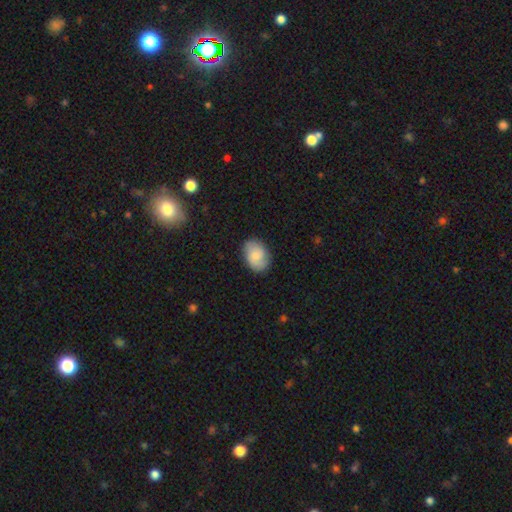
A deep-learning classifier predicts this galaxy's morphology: This is likely a smooth galaxy (67%). How rounded: clearly in between (80%). Merging: clearly none (80%).